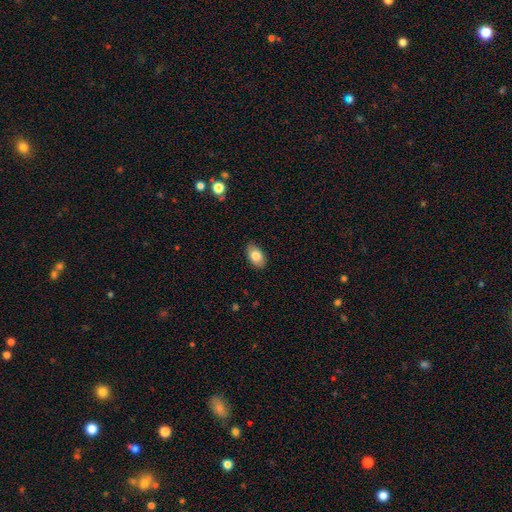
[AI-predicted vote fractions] Smooth or featured? Predicted: smooth (p=0.81). How rounded? Predicted: in between (p=0.91). Merging? Predicted: none (p=0.86).